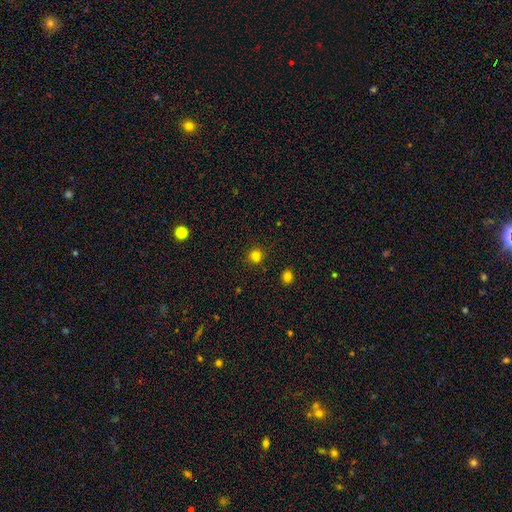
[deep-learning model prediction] smooth-or-featured: smooth: 79% | star or artifact: 16% | featured or disk: 5%
  how-rounded: round: 90% | in between: 9% | cigar-shaped: 1%
  merging: none: 82% | minor disturbance: 9% | merger: 7% | major disturbance: 3%